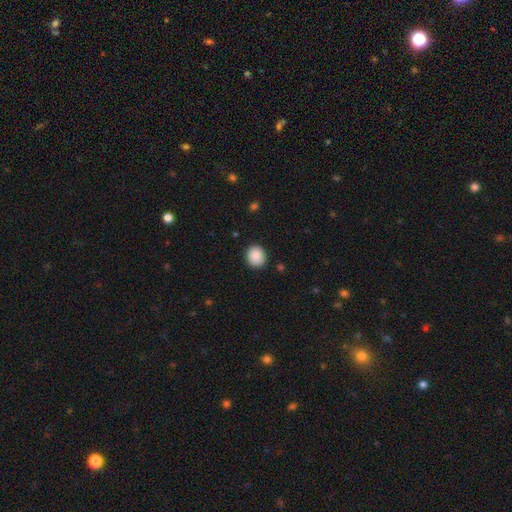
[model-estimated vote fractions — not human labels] A smooth galaxy with no disk features (88%) that is round (78%).

Vote fractions:
- Smooth or featured? smooth: 88% / star or artifact: 8% / featured or disk: 4%
- How rounded? round: 78% / in between: 21% / cigar-shaped: 1%
- Merging? none: 89% / minor disturbance: 8% / major disturbance: 2% / merger: 1%